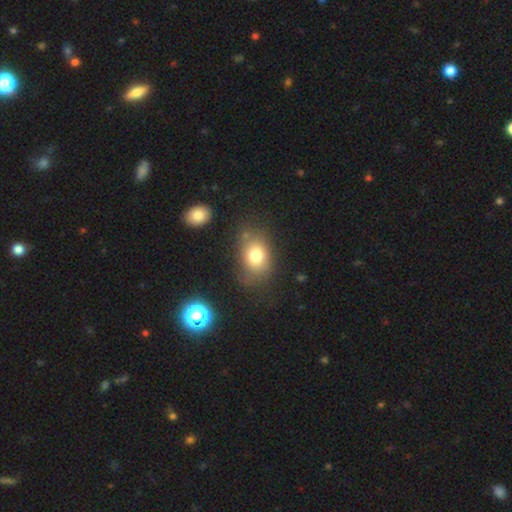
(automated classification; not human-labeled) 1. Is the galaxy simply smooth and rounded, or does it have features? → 77% smooth, 13% featured or disk, 11% star or artifact.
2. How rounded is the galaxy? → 67% in between, 32% round, 1% cigar-shaped.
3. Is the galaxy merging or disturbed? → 67% none, 20% minor disturbance, 9% major disturbance, 5% merger.